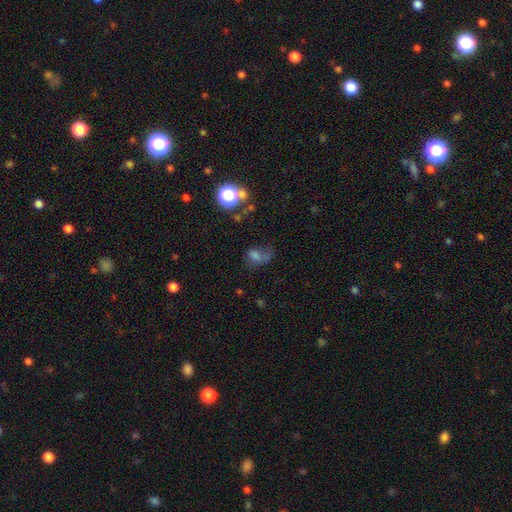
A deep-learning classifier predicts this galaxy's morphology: A smooth galaxy with no disk features (56%) that is in between round and cigar-shaped (57%).

Vote fractions:
- Smooth or featured? smooth: 56% / featured or disk: 23% / star or artifact: 21%
- How rounded? in between: 57% / round: 41% / cigar-shaped: 2%
- Merging? major disturbance: 41% / none: 28% / minor disturbance: 20% / merger: 11%